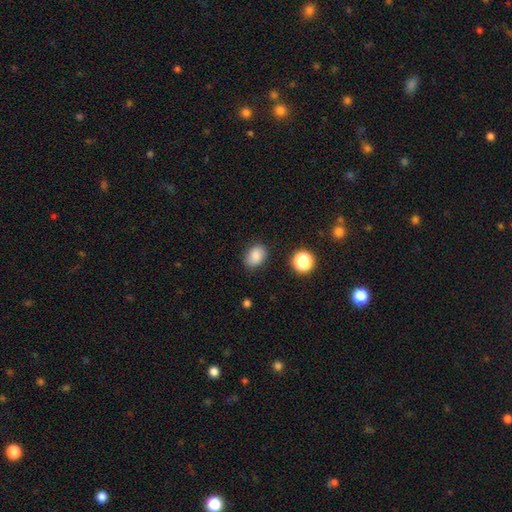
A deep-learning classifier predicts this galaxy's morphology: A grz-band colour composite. It shows a smooth galaxy with no disk features (84%) that is in between round and cigar-shaped (76%). Merging: none (80%).